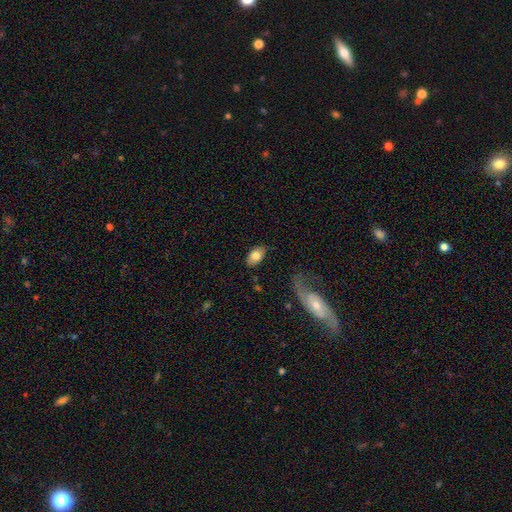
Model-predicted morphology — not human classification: Q: Smooth or featured?
A: smooth (78%); runner-up: featured or disk (15%)
Q: How rounded?
A: in between (91%); runner-up: round (7%)
Q: Merging?
A: none (80%); runner-up: minor disturbance (13%)